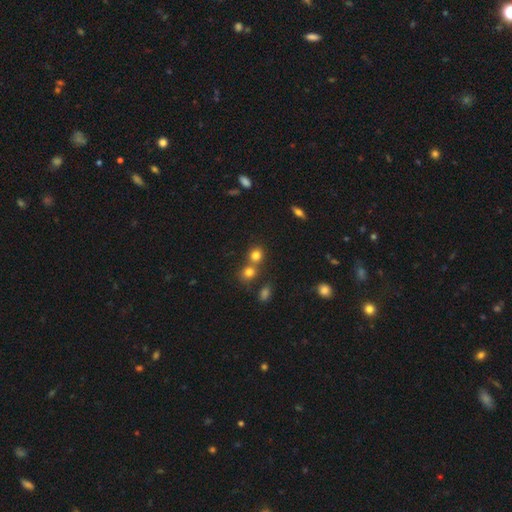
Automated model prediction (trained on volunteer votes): Smooth or featured? smooth (77%)
How rounded? round (81%)
Merging? none (51%)